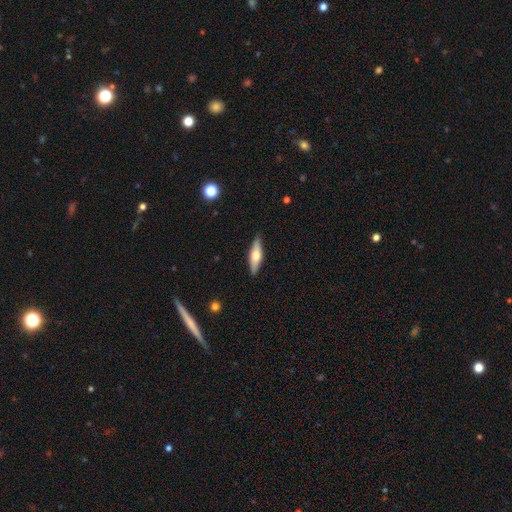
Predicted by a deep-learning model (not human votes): smooth_or_featured: smooth (p=0.50) [alt: featured or disk p=0.45]
merging: none (p=0.87) [alt: minor disturbance p=0.10]